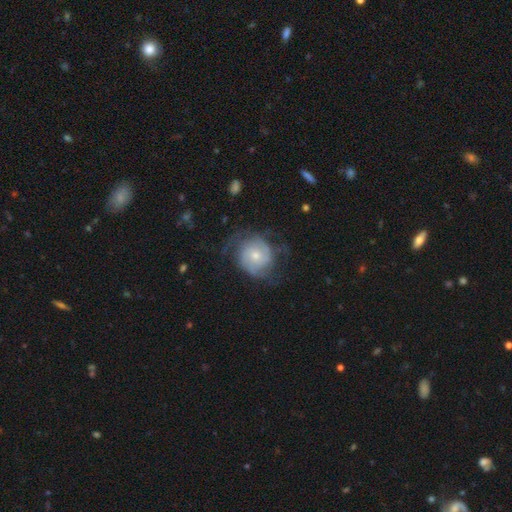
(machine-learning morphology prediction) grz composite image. It shows a featured or disk galaxy (68%) with no bar (75%), 2 (47%) tight (47%) spiral arms (86%) and a small central bulge (55%). Merging: none (57%).